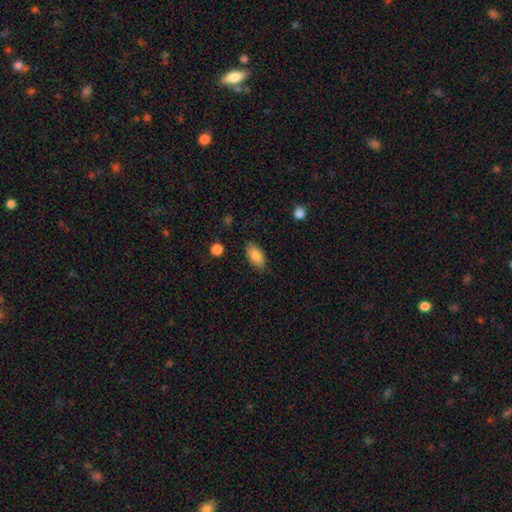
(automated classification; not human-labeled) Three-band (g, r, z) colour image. It shows a smooth galaxy with no disk features (86%) that is in between round and cigar-shaped (91%). Merging: none (84%).